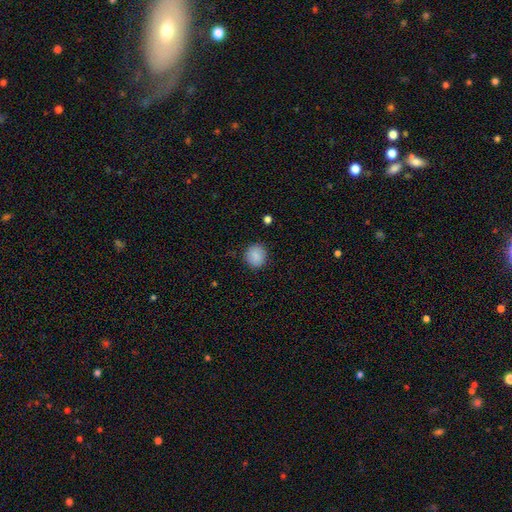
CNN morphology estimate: Smooth or featured? smooth (87%)
How rounded? round (88%)
Merging? none (88%)